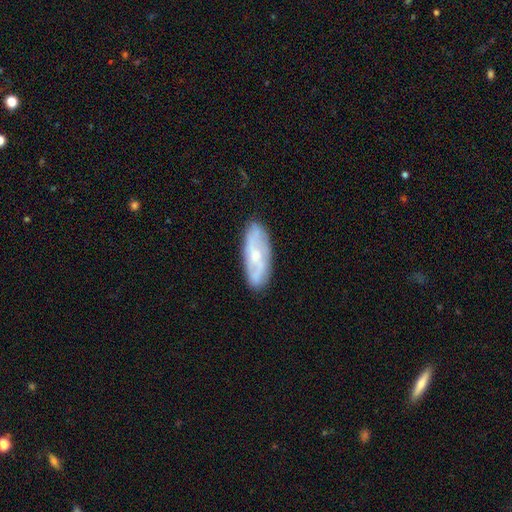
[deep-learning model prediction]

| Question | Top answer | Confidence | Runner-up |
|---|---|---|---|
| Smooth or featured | featured or disk | 59% | smooth (34%) |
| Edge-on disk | no | 85% | yes (15%) |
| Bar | no | 59% | weak (34%) |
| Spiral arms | yes | 78% | no (22%) |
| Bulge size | small | 48% | moderate (42%) |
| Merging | none | 81% | minor disturbance (14%) |